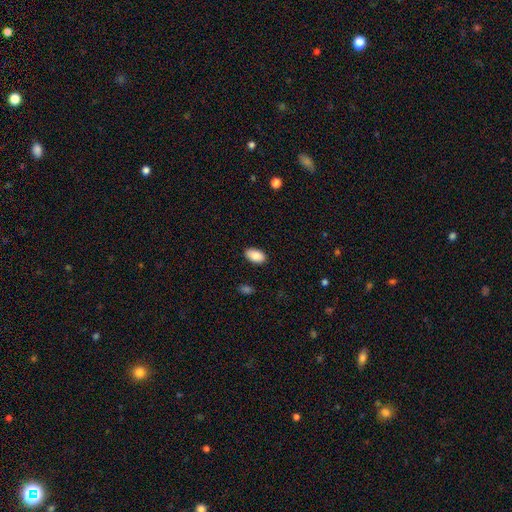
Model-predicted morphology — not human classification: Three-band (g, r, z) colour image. It shows a smooth galaxy with no disk features (88%) that is in between round and cigar-shaped (94%). Merging: none (87%).